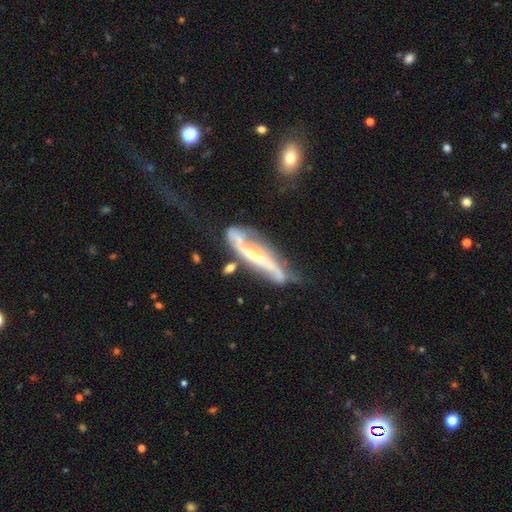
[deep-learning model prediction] Smooth or featured? Predicted: featured or disk (p=0.83). Edge-on disk? Predicted: no (p=0.76). Bar? Predicted: strong (p=0.38). Spiral arms? Predicted: yes (p=0.91). Spiral winding? Predicted: loose (p=0.61). Spiral arm count? Predicted: 2 (p=0.86). Bulge size? Predicted: small (p=0.52). Merging? Predicted: none (p=0.46).